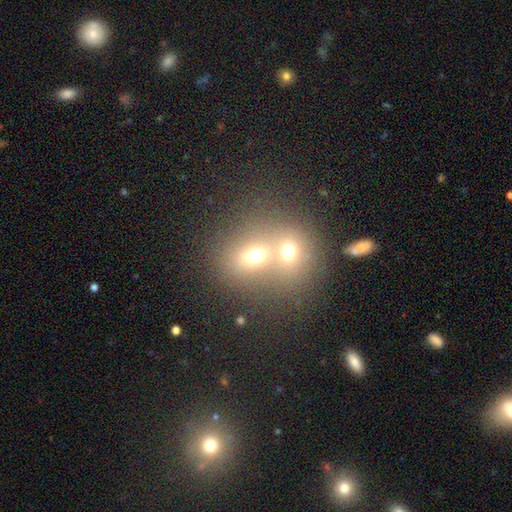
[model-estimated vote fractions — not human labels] smooth_or_featured: smooth (p=0.65) [alt: featured or disk p=0.20]
how_rounded: round (p=0.62) [alt: in between p=0.37]
merging: merger (p=0.66) [alt: none p=0.25]